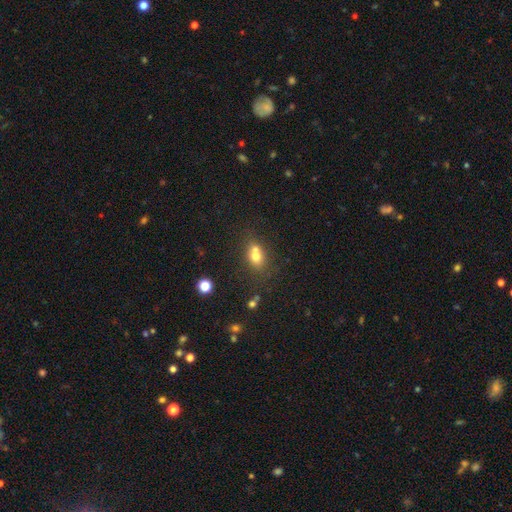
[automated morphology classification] A smooth galaxy with no disk features (70%) that is in between round and cigar-shaped (56%).

Vote fractions:
- Smooth or featured? smooth: 70% / featured or disk: 17% / star or artifact: 13%
- How rounded? in between: 56% / round: 42% / cigar-shaped: 2%
- Merging? merger: 47% / none: 38% / minor disturbance: 11% / major disturbance: 5%